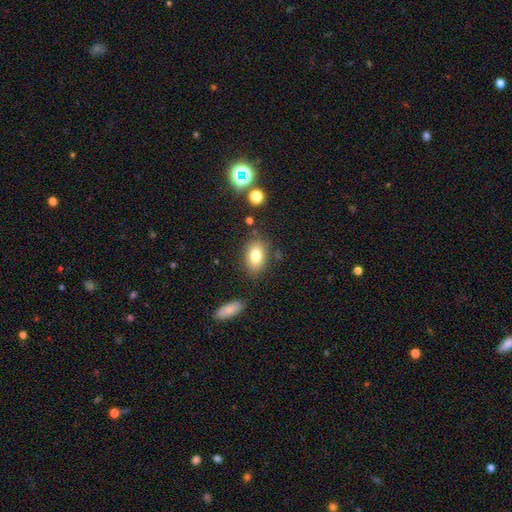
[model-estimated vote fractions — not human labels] The model was most divided on "merging": none: 79%, minor disturbance: 13%, merger: 4%, major disturbance: 4%. More confident: how rounded — in between (86%); smooth or featured — smooth (79%).